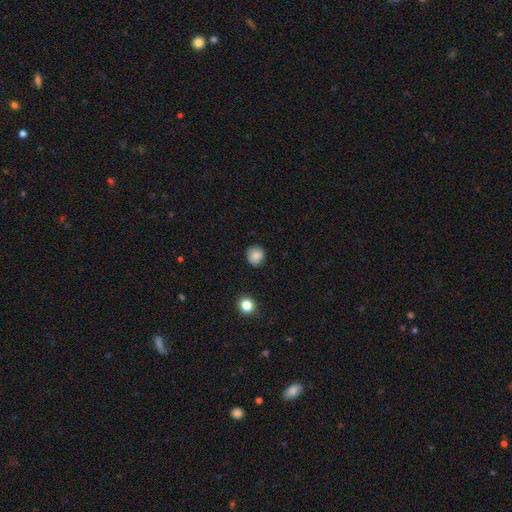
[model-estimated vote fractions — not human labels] smooth-or-featured: smooth: 87% | star or artifact: 10% | featured or disk: 4%
  how-rounded: round: 87% | in between: 12% | cigar-shaped: 1%
  merging: none: 87% | minor disturbance: 10% | major disturbance: 2% | merger: 1%